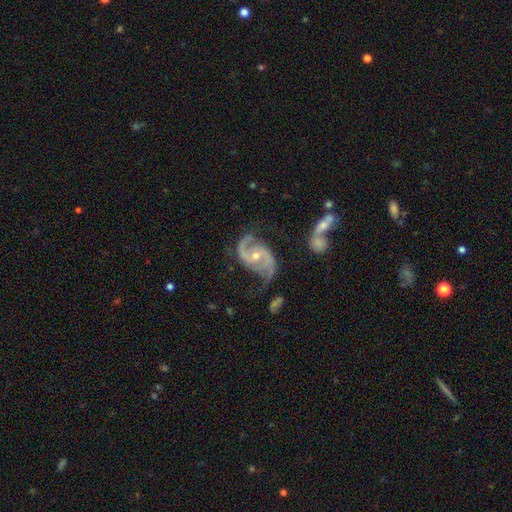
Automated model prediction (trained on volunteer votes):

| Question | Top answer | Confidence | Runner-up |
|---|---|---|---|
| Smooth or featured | featured or disk | 91% | star or artifact (5%) |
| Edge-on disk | no | 98% | yes (2%) |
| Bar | no | 52% | weak (35%) |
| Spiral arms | yes | 98% | no (2%) |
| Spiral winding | medium | 50% | loose (31%) |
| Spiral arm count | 2 | 91% | can't tell (2%) |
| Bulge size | moderate | 50% | small (47%) |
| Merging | none | 64% | minor disturbance (22%) |